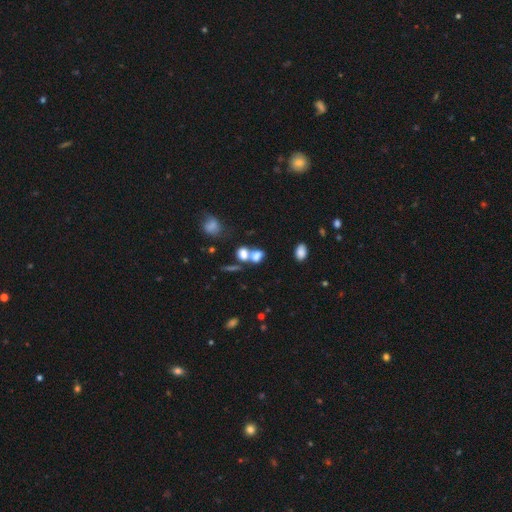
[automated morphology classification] smooth-or-featured: smooth: 73% | featured or disk: 14% | star or artifact: 14%
  how-rounded: in between: 64% | round: 33% | cigar-shaped: 3%
  merging: merger: 56% | none: 30% | minor disturbance: 8% | major disturbance: 6%